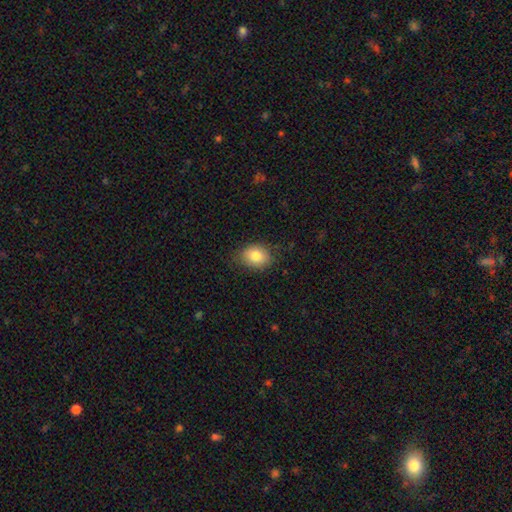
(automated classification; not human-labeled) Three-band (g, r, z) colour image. It shows a smooth galaxy with no disk features (83%) that is in between round and cigar-shaped (61%). Merging: none (78%).